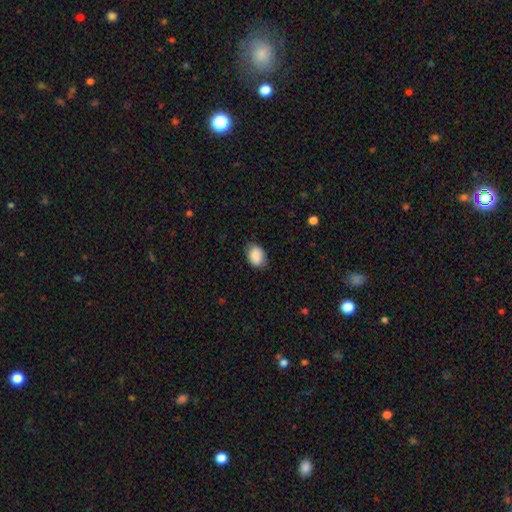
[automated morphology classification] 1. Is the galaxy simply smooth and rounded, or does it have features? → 87% smooth, 7% star or artifact, 6% featured or disk.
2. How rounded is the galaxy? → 75% in between, 24% round, 1% cigar-shaped.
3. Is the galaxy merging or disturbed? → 76% none, 19% minor disturbance, 4% major disturbance, 1% merger.